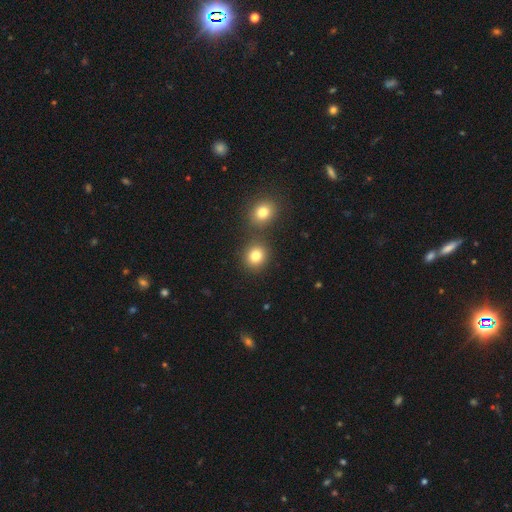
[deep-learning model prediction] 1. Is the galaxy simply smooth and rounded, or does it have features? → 82% smooth, 12% star or artifact, 6% featured or disk.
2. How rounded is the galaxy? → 83% round, 16% in between, 1% cigar-shaped.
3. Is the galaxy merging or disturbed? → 75% none, 15% merger, 7% minor disturbance, 3% major disturbance.